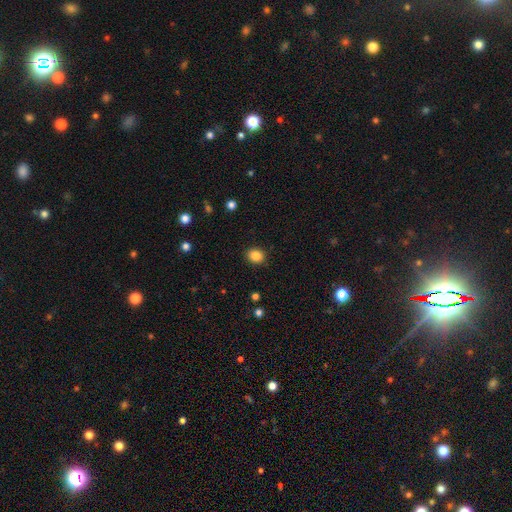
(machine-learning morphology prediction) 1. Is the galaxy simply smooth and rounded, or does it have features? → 86% smooth, 10% star or artifact, 4% featured or disk.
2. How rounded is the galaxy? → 69% round, 30% in between, 1% cigar-shaped.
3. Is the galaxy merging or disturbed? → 91% none, 6% minor disturbance, 2% major disturbance, 1% merger.